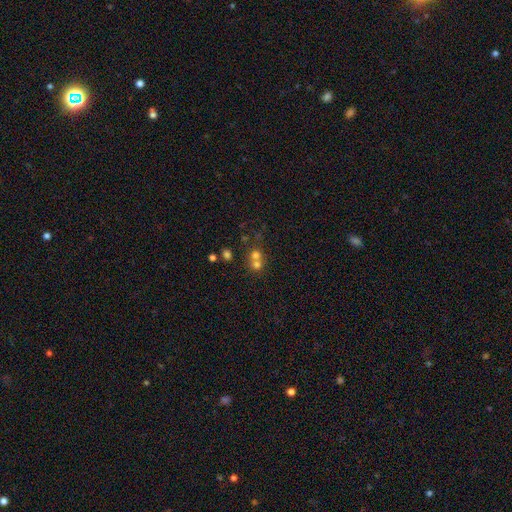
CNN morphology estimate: This appears to be a smooth galaxy with no disk features (65%) that is round (83%). Merging: merger (58%).